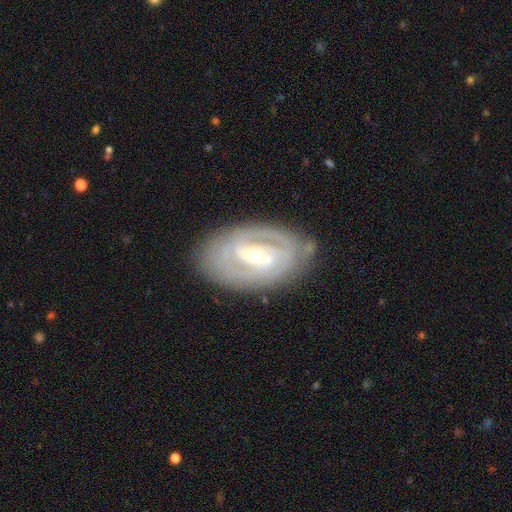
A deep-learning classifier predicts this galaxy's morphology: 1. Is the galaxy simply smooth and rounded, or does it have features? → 83% featured or disk, 12% smooth, 5% star or artifact.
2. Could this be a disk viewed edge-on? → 94% no, 6% yes.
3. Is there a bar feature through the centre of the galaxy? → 40% strong (tied), 40% weak (tied), 21% no.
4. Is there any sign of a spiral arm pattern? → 79% yes, 21% no.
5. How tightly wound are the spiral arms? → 68% tight, 25% medium, 7% loose.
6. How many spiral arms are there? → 53% 2, 28% can't tell, 9% 3, 4% 1, 3% 4, 2% more than 4.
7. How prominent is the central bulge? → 50% moderate, 46% small, 2% large, 1% none, 1% dominant.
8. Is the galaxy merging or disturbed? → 79% none, 15% minor disturbance, 5% major disturbance, 2% merger.